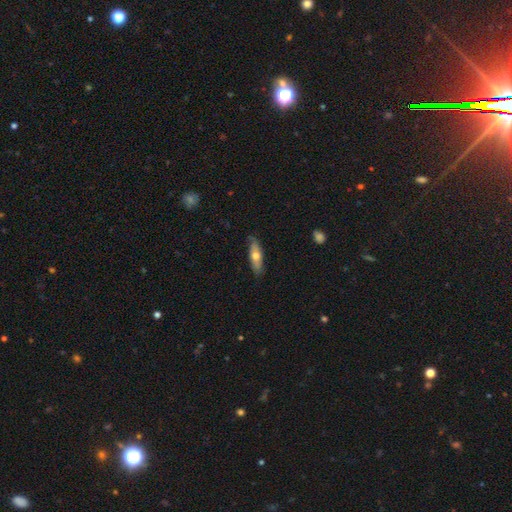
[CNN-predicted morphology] This appears to be a smooth galaxy with no disk features (56%) that is cigar-shaped (50%). Merging: none (78%).